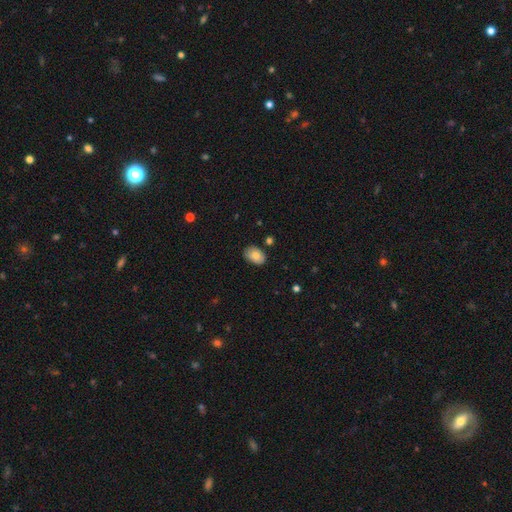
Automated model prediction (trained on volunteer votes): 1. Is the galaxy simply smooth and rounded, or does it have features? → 81% smooth, 11% featured or disk, 8% star or artifact.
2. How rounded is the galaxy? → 85% in between, 14% round, 1% cigar-shaped.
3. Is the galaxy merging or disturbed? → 79% none, 16% minor disturbance, 3% major disturbance, 2% merger.